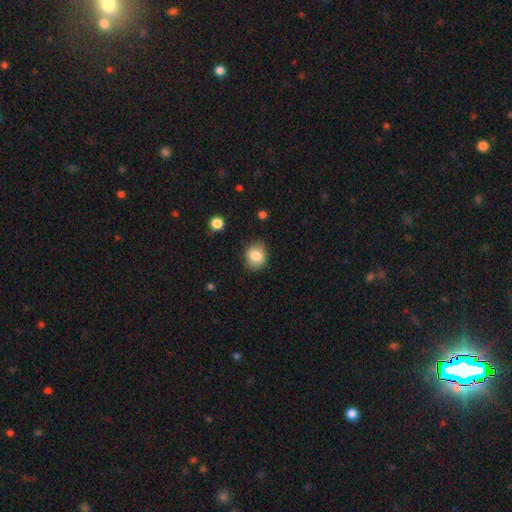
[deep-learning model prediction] Morphology: type=smooth (82%); roundness=round (60%); merging=none (79%).